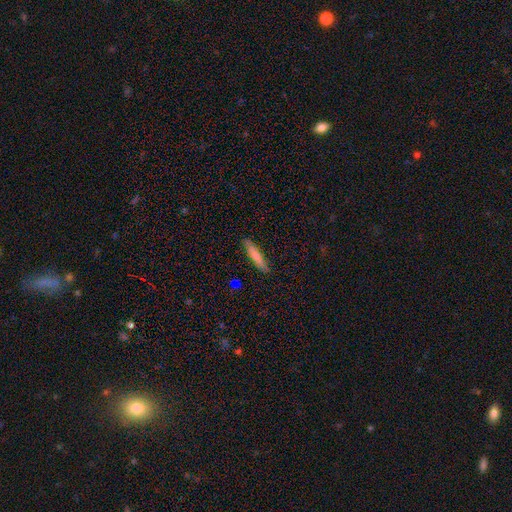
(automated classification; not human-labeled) Smooth or featured?
  - smooth: 76% *
  - featured or disk: 18%
  - star or artifact: 6%
How rounded?
  - cigar-shaped: 91% *
  - in between: 8%
  - round: 1%
Merging?
  - none: 87% *
  - minor disturbance: 10%
  - major disturbance: 2%
  - merger: 1%